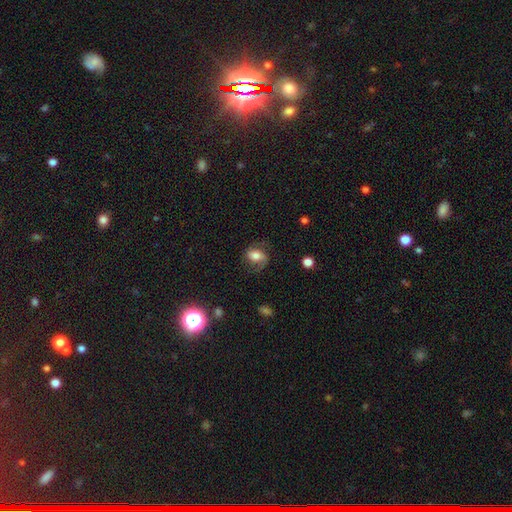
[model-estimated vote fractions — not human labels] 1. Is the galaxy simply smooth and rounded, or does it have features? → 50% featured or disk, 41% smooth, 10% star or artifact.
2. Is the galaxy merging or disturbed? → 63% none, 20% minor disturbance, 15% major disturbance, 2% merger.